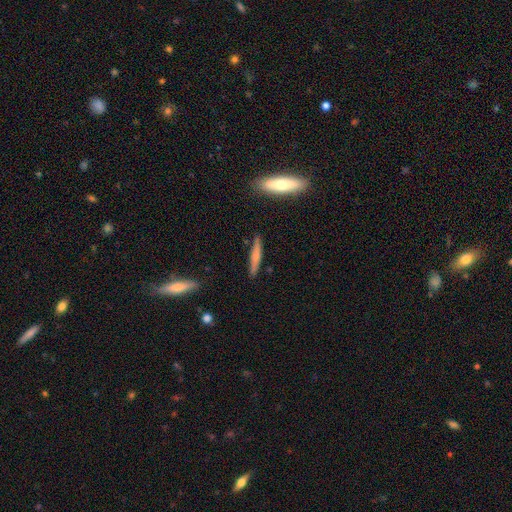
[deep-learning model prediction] smooth-or-featured: smooth: 60% | featured or disk: 34% | star or artifact: 6%
  how-rounded: cigar-shaped: 92% | in between: 6% | round: 2%
  merging: none: 87% | minor disturbance: 9% | merger: 2% | major disturbance: 2%